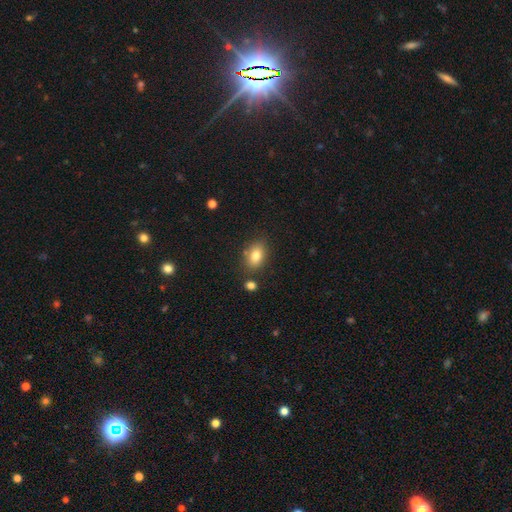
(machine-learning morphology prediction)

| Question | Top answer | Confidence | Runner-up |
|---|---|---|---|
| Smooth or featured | smooth | 82% | star or artifact (9%) |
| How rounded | in between | 80% | round (18%) |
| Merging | none | 78% | minor disturbance (13%) |